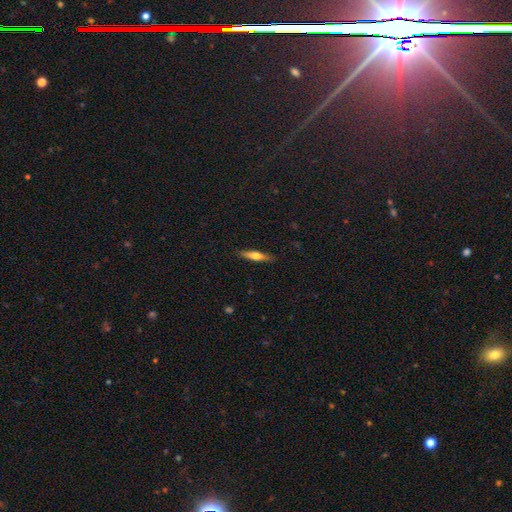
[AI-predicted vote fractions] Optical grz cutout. It shows a smooth galaxy with no disk features (48%). Merging: none (89%).